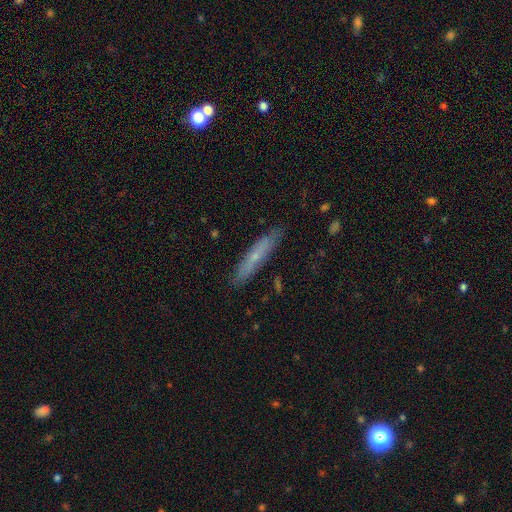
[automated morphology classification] Overall: smooth (49%; featured or disk 43%). Merging: none (85%).